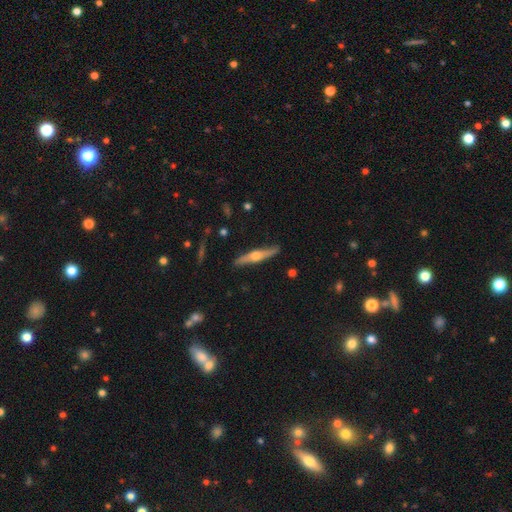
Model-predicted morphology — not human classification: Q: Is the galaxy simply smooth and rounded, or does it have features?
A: featured or disk — 68%.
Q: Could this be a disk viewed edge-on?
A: yes — 95%.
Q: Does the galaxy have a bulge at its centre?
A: rounded — 93%.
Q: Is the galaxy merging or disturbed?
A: none — 87%.